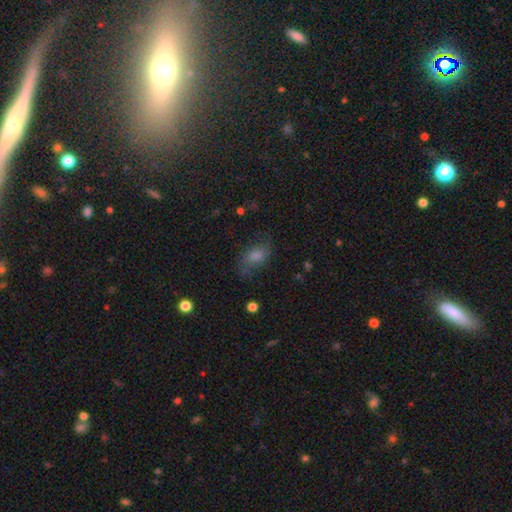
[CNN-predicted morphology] A smooth galaxy with no disk features (60%) that is in between round and cigar-shaped (84%).

Vote fractions:
- Smooth or featured? smooth: 60% / featured or disk: 26% / star or artifact: 14%
- How rounded? in between: 84% / round: 12% / cigar-shaped: 4%
- Merging? none: 58% / minor disturbance: 24% / major disturbance: 16% / merger: 2%